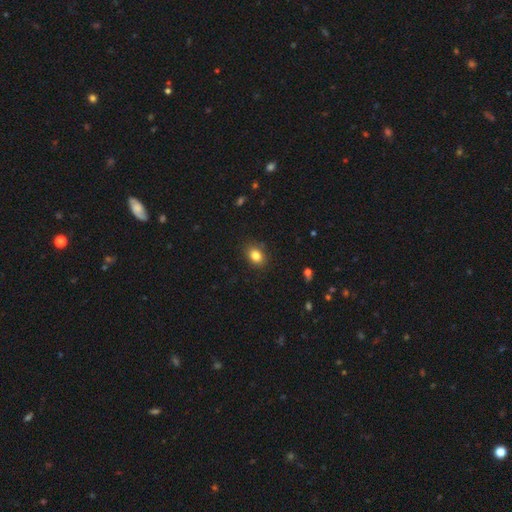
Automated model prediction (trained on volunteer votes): This appears to be a smooth galaxy with no disk features (83%) that is in between round and cigar-shaped (66%). Merging: none (86%).